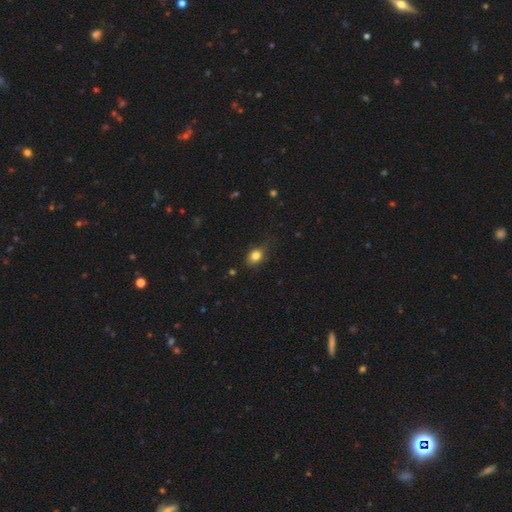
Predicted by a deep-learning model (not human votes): smooth_or_featured: smooth (p=0.82) [alt: star or artifact p=0.10]
how_rounded: in between (p=0.63) [alt: round p=0.35]
merging: none (p=0.71) [alt: minor disturbance p=0.23]